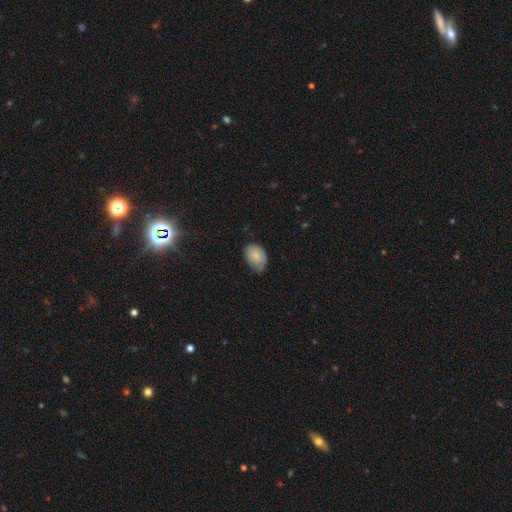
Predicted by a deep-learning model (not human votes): The model was most divided on "merging": none: 54%, minor disturbance: 37%, major disturbance: 7%, merger: 2%. More confident: smooth or featured — smooth (79%); how rounded — in between (79%).